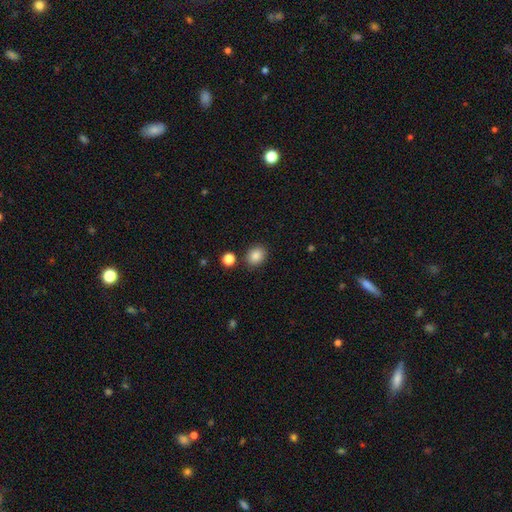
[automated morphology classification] type=smooth (86%); roundness=round (60%); merging=none (85%).